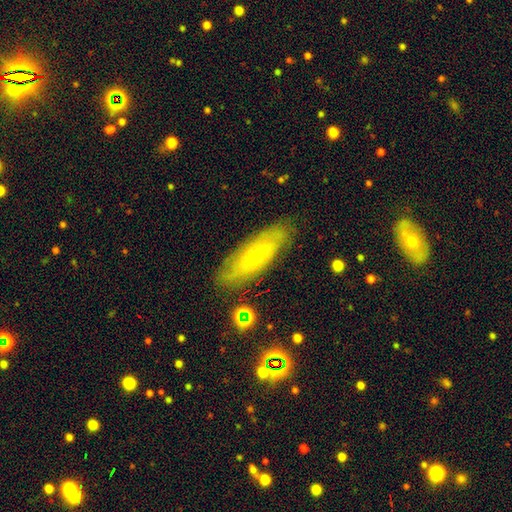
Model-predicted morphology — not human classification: Smooth or featured? featured or disk (50%)
Merging? none (81%)